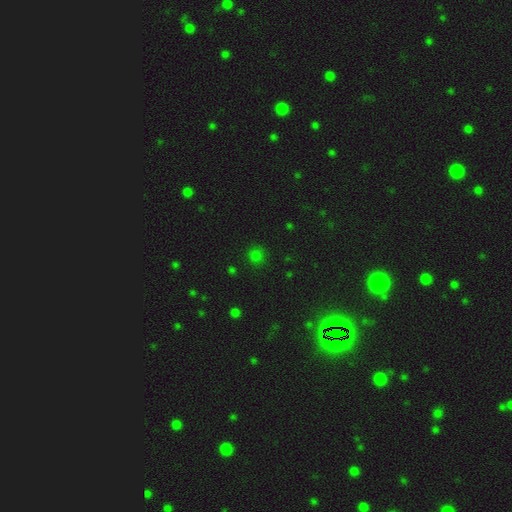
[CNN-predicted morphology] smooth-or-featured: smooth: 74% | star or artifact: 22% | featured or disk: 4%
  how-rounded: round: 88% | in between: 11% | cigar-shaped: 1%
  merging: none: 86% | minor disturbance: 9% | major disturbance: 3% | merger: 2%